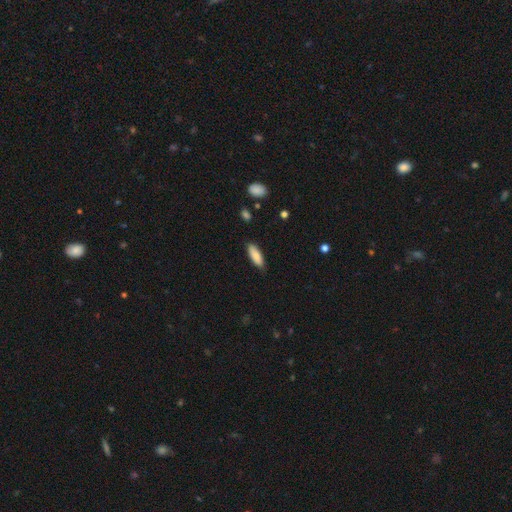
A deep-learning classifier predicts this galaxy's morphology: Smooth or featured: smooth — 86% (featured or disk — 8%)
How rounded: in between — 61% (cigar-shaped — 38%)
Merging: none — 84% (minor disturbance — 12%)